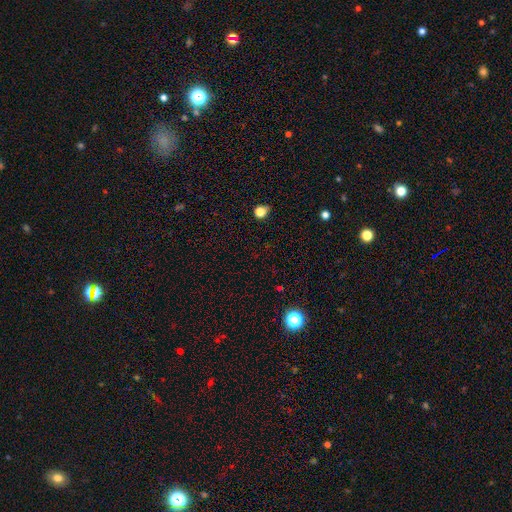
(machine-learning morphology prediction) Smooth or featured: star or artifact — 61% (smooth — 32%)